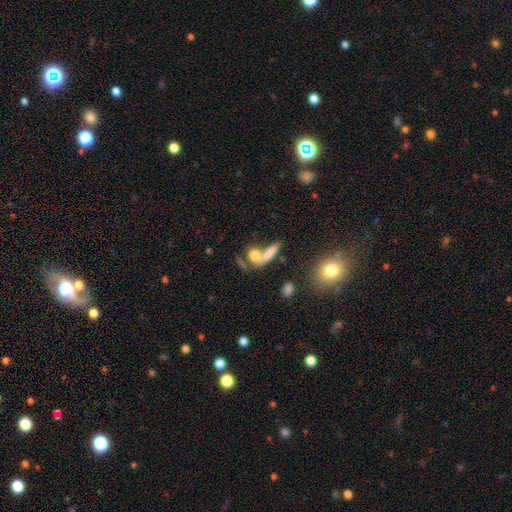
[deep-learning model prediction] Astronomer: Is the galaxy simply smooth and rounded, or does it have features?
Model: smooth — 71%.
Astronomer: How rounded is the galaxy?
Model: in between — 52%.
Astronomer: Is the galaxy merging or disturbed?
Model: merger — 49% (runner-up: none, 34%).